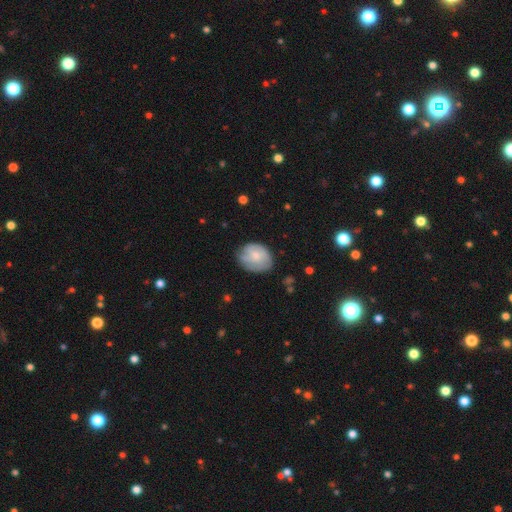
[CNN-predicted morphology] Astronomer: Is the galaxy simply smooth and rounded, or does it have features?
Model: smooth — 57% (runner-up: featured or disk, 36%).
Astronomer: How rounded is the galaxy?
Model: in between — 50% (runner-up: round, 49%).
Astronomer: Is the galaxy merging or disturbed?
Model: none — 65%.